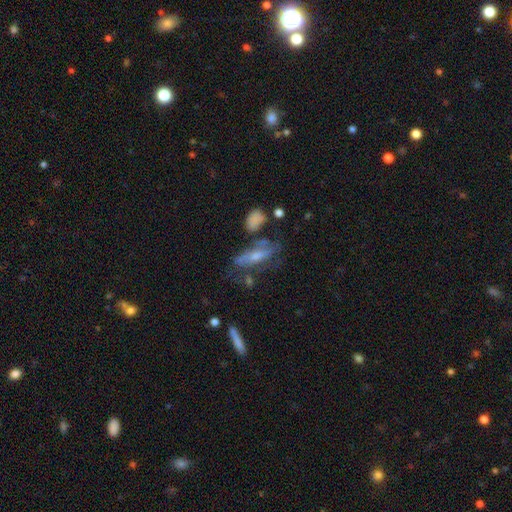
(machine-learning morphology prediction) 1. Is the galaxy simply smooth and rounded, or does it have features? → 57% featured or disk, 32% smooth, 11% star or artifact.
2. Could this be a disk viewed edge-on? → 62% no, 38% yes.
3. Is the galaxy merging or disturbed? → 49% none, 23% minor disturbance, 16% major disturbance, 12% merger.